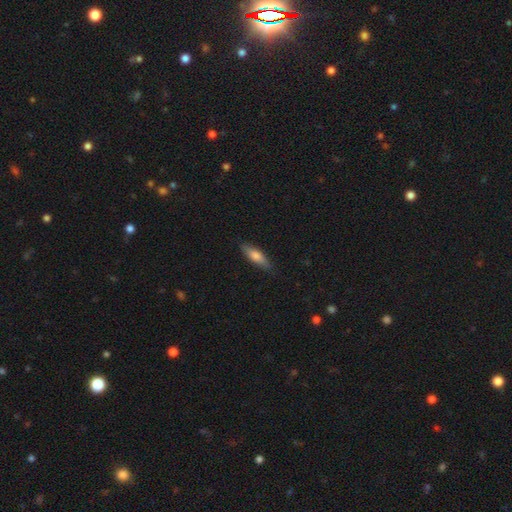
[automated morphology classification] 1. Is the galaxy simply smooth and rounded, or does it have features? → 71% smooth, 23% featured or disk, 6% star or artifact.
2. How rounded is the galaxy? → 53% cigar-shaped, 45% in between, 2% round.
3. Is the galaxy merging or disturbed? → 85% none, 12% minor disturbance, 2% major disturbance, 1% merger.